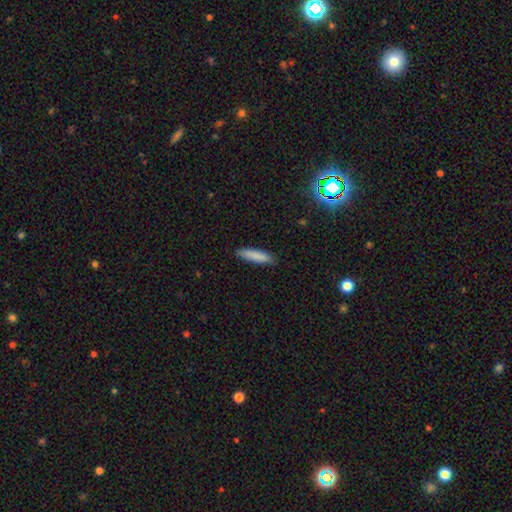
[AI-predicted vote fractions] Morphology: type=smooth (86%); roundness=cigar-shaped (75%); merging=none (85%).